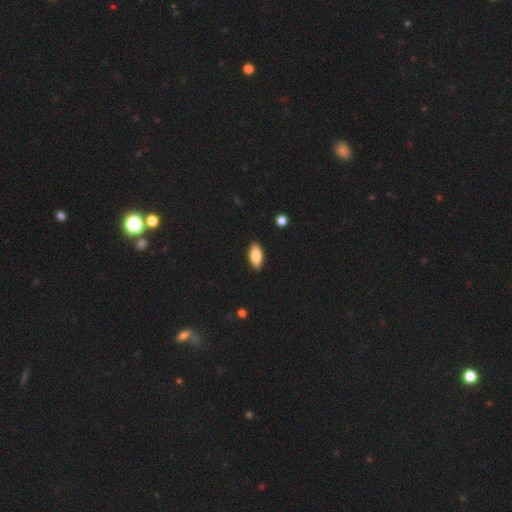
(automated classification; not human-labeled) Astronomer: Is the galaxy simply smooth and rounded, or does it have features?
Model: smooth — 76%.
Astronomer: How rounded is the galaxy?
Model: in between — 86%.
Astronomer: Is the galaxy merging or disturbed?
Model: none — 90%.